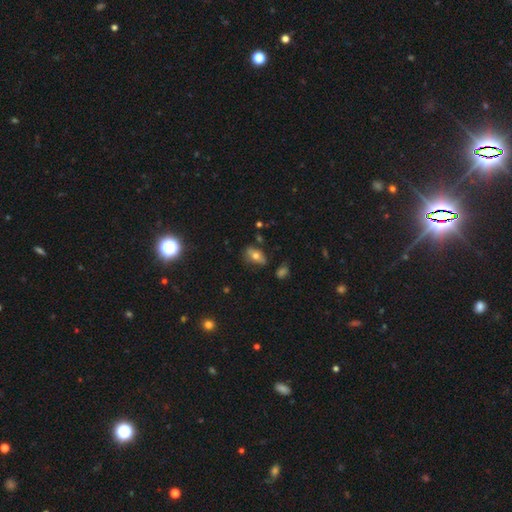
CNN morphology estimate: Smooth or featured? smooth (61%)
How rounded? in between (82%)
Merging? none (65%)